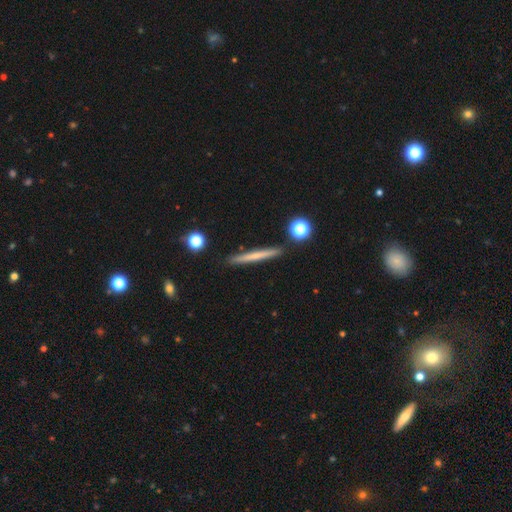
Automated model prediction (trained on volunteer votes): Q: Smooth or featured?
A: smooth (52%); runner-up: featured or disk (40%)
Q: How rounded?
A: cigar-shaped (96%); runner-up: in between (3%)
Q: Merging?
A: none (90%); runner-up: minor disturbance (7%)